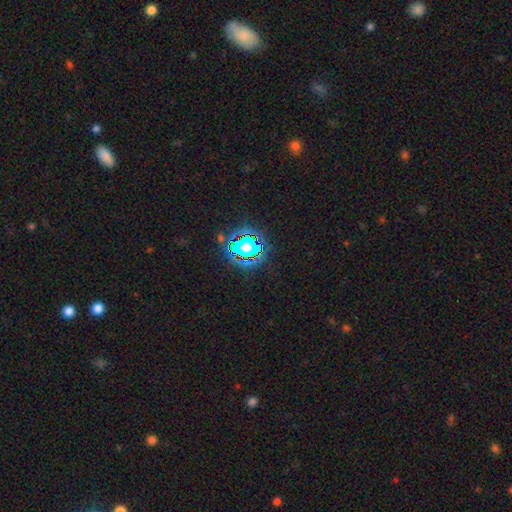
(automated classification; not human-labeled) Smooth or featured? Predicted: star or artifact (p=0.79).